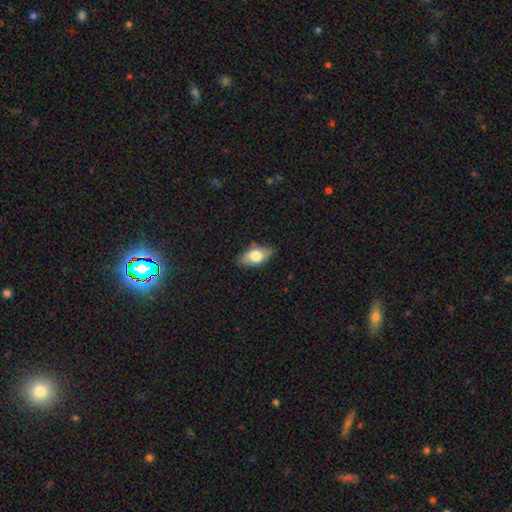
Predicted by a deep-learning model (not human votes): smooth-or-featured: smooth: 72% | featured or disk: 21% | star or artifact: 7%
  how-rounded: in between: 89% | cigar-shaped: 6% | round: 5%
  merging: none: 81% | minor disturbance: 15% | major disturbance: 3% | merger: 1%